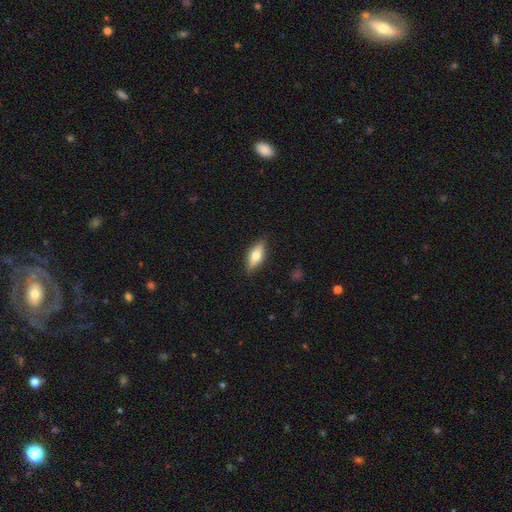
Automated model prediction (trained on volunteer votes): A smooth galaxy with no disk features (60%) that is in between round and cigar-shaped (67%). Merging: none (85%).